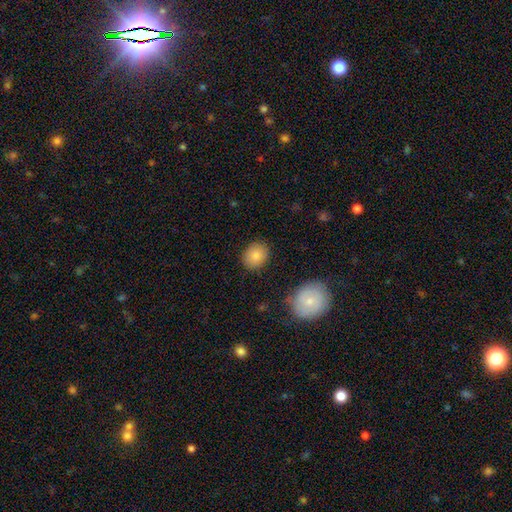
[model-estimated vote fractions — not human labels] Overall: smooth (85%). How rounded: round (54%; in between 45%). Merging: none (86%).